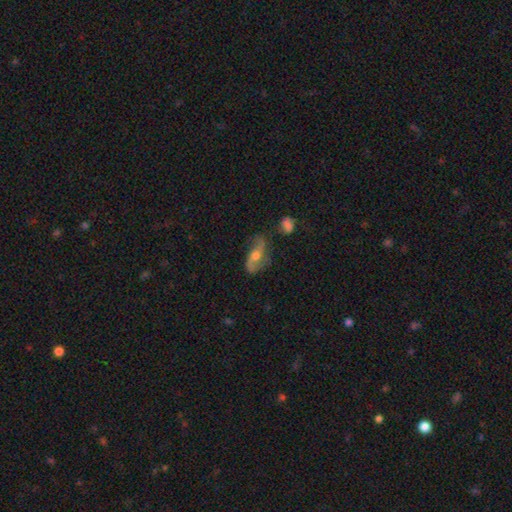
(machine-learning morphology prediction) Smooth or featured: featured or disk — 71% (smooth — 21%)
Edge-on disk: no — 91% (yes — 9%)
Bar: no — 54% (weak — 32%)
Spiral arms: yes — 89% (no — 11%)
Spiral winding: loose — 71% (medium — 22%)
Spiral arm count: 2 — 89% (can't tell — 5%)
Bulge size: moderate — 65% (small — 23%)
Merging: none — 62% (minor disturbance — 22%)